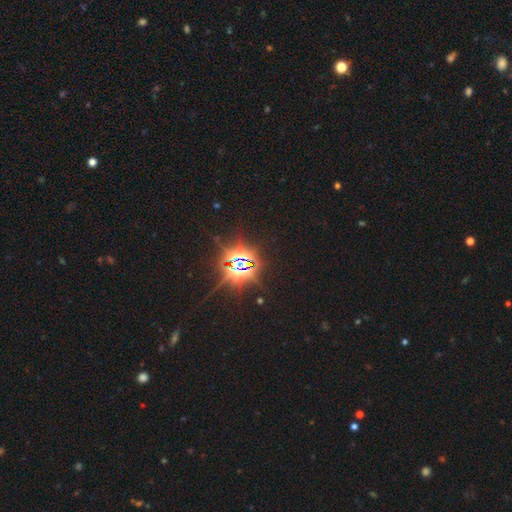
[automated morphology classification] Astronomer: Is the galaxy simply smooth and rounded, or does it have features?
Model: star or artifact — 86%.